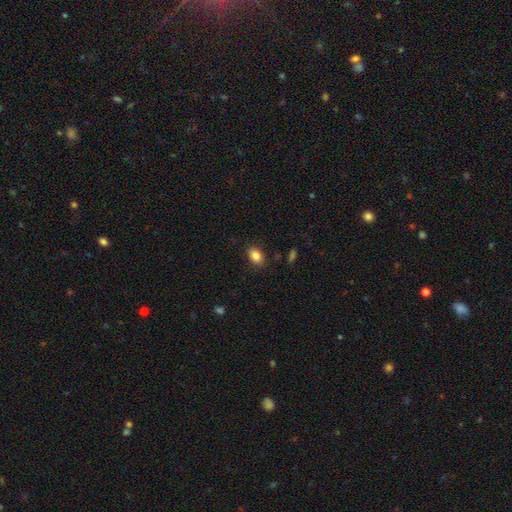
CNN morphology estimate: smooth_or_featured: smooth (p=0.84) [alt: star or artifact p=0.09]
how_rounded: in between (p=0.80) [alt: round p=0.19]
merging: none (p=0.87) [alt: minor disturbance p=0.10]